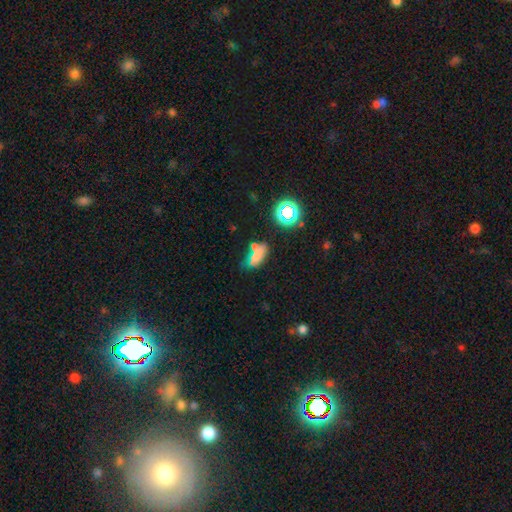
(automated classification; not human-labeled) Smooth or featured: smooth — 62% (star or artifact — 24%)
How rounded: in between — 81% (cigar-shaped — 10%)
Merging: none — 47% (minor disturbance — 26%)